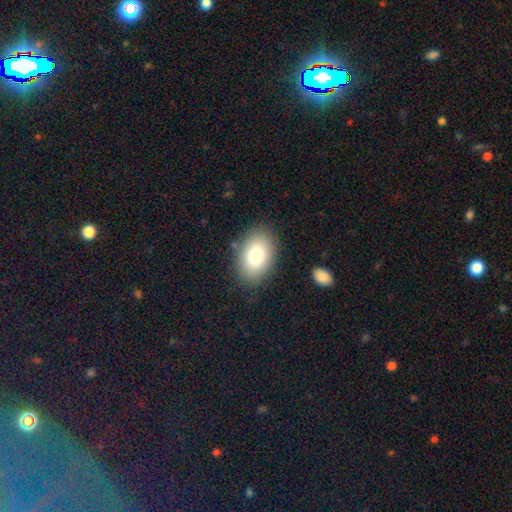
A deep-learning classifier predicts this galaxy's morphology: smooth-or-featured: smooth: 79% | featured or disk: 12% | star or artifact: 9%
  how-rounded: in between: 84% | round: 15% | cigar-shaped: 1%
  merging: none: 85% | minor disturbance: 10% | major disturbance: 3% | merger: 2%